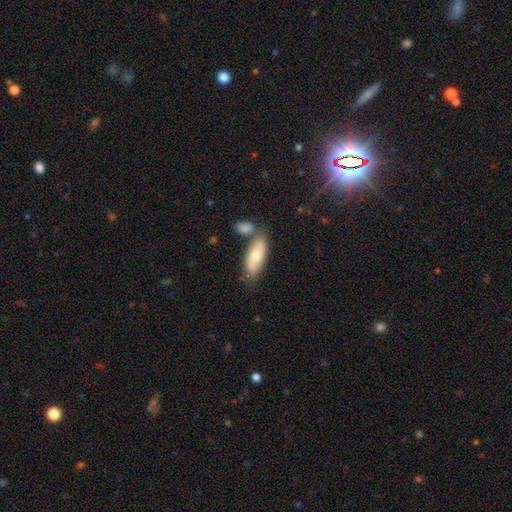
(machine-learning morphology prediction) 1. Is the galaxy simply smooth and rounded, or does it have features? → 64% smooth, 31% featured or disk, 6% star or artifact.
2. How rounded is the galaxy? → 76% in between, 21% cigar-shaped, 3% round.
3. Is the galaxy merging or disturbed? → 54% none, 26% merger, 16% minor disturbance, 4% major disturbance.